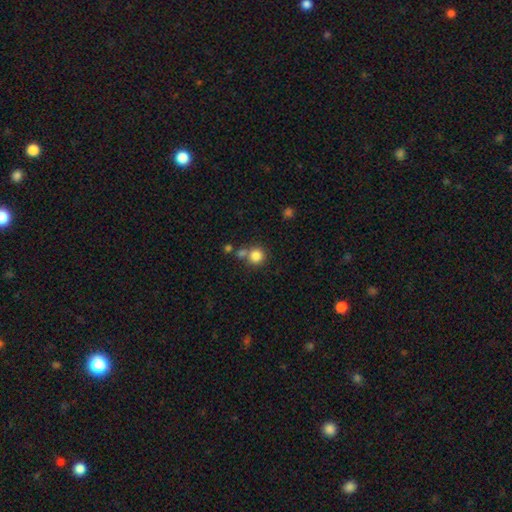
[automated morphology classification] Overall: smooth (83%). How rounded: round (92%). Merging: none (63%; merger 25%).